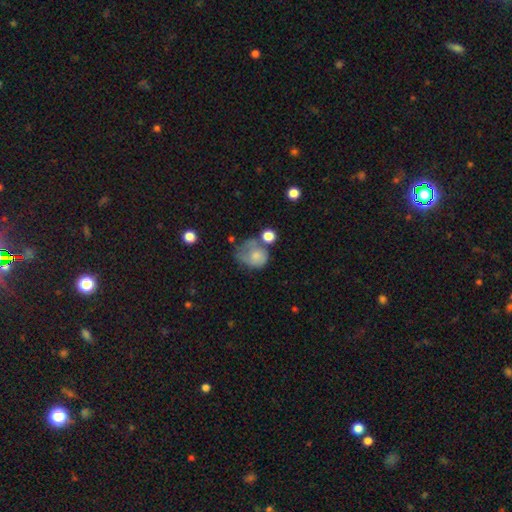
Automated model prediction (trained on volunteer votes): Smooth or featured? Predicted: smooth (p=0.68). How rounded? Predicted: round (p=0.61). Merging? Predicted: major disturbance (p=0.30).